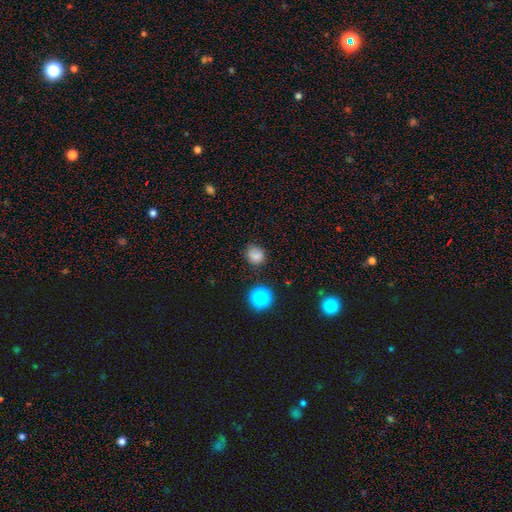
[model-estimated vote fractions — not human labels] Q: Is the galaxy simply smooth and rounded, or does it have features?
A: smooth — 78%.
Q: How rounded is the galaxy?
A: round — 81%.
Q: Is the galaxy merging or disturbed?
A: none — 78%.